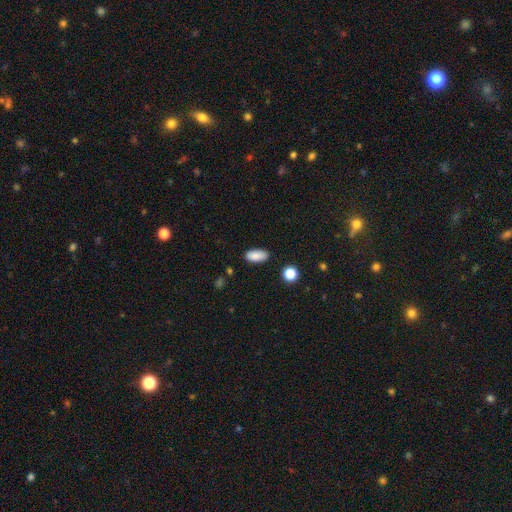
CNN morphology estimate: Q: Smooth or featured?
A: smooth (87%); runner-up: star or artifact (8%)
Q: How rounded?
A: in between (90%); runner-up: cigar-shaped (8%)
Q: Merging?
A: none (85%); runner-up: minor disturbance (11%)